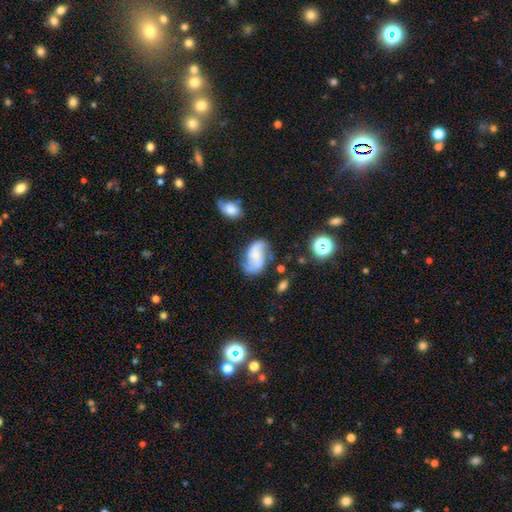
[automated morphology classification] Smooth or featured: featured or disk — 69% (smooth — 23%)
Edge-on disk: no — 97% (yes — 3%)
Bar: no — 58% (weak — 34%)
Spiral arms: yes — 91% (no — 9%)
Spiral winding: medium — 43% (loose — 38%)
Spiral arm count: 2 — 82% (can't tell — 9%)
Bulge size: small — 39% (none — 34%)
Merging: none — 59% (minor disturbance — 23%)